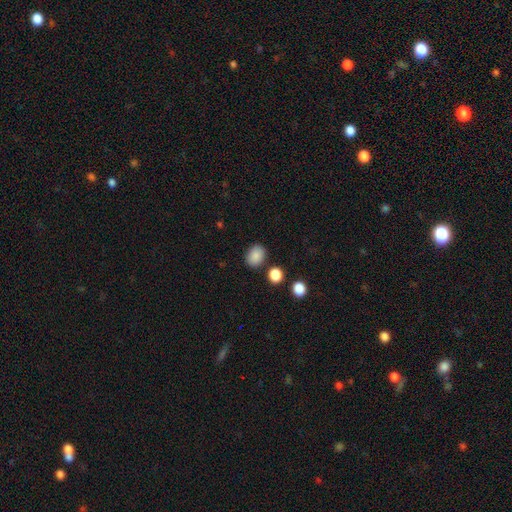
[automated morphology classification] smooth_or_featured: smooth (p=0.87) [alt: star or artifact p=0.09]
how_rounded: in between (p=0.58) [alt: round p=0.41]
merging: none (p=0.83) [alt: minor disturbance p=0.10]